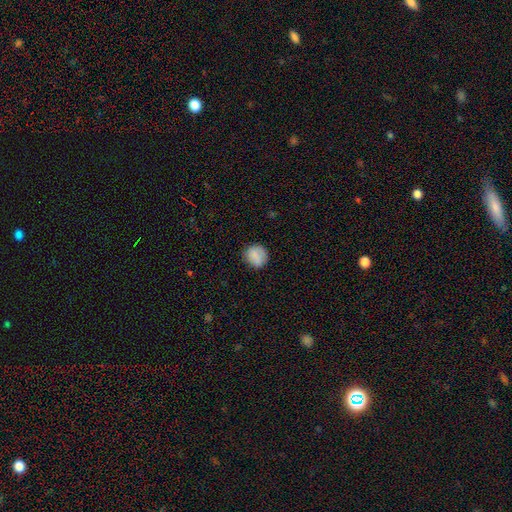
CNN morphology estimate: smooth-or-featured: smooth: 85% | star or artifact: 8% | featured or disk: 7%
  how-rounded: round: 86% | in between: 13% | cigar-shaped: 1%
  merging: none: 82% | minor disturbance: 14% | major disturbance: 3% | merger: 1%